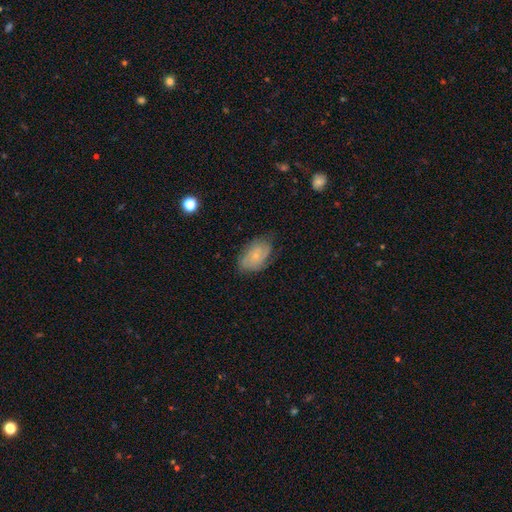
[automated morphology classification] smooth-or-featured: featured or disk: 48% | smooth: 44% | star or artifact: 8%
  merging: none: 69% | minor disturbance: 23% | major disturbance: 7% | merger: 1%